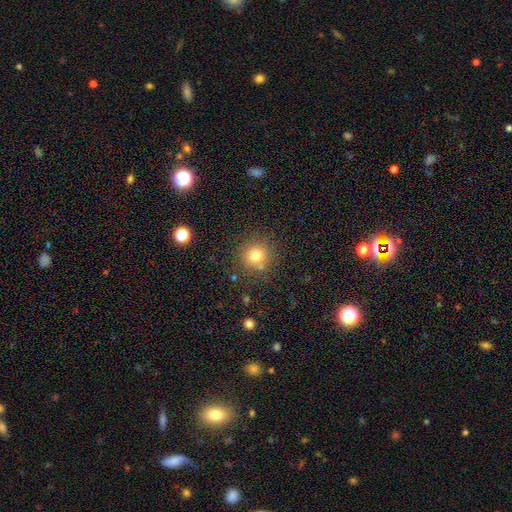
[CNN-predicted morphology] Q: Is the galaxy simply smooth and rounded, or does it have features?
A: smooth — 77%.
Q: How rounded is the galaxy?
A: round — 92%.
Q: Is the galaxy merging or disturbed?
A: none — 80%.